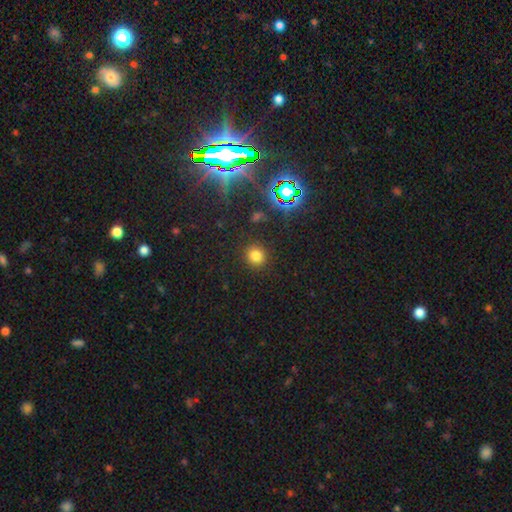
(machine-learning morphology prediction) smooth_or_featured: smooth (p=0.76) [alt: star or artifact p=0.18]
how_rounded: round (p=0.89) [alt: in between p=0.10]
merging: none (p=0.89) [alt: minor disturbance p=0.06]